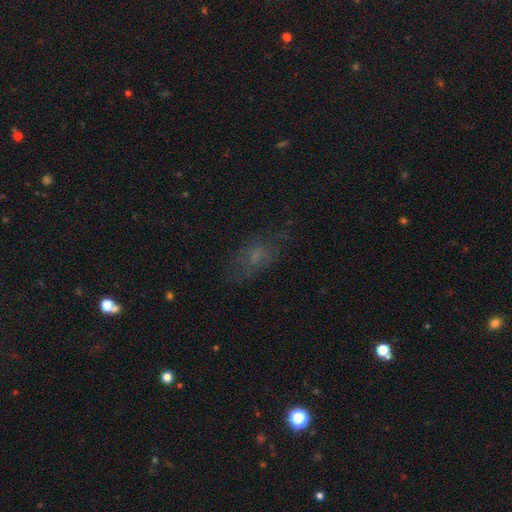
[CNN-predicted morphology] Smooth or featured?
  - smooth: 48% *
  - featured or disk: 33%
  - star or artifact: 19%
Merging?
  - none: 61% *
  - minor disturbance: 21%
  - major disturbance: 17%
  - merger: 2%